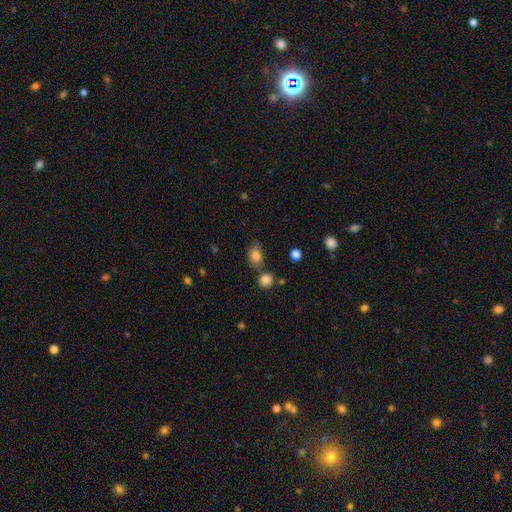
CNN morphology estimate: This is clearly a smooth galaxy (83%). How rounded: likely in between (68%). Merging: likely none (65%).